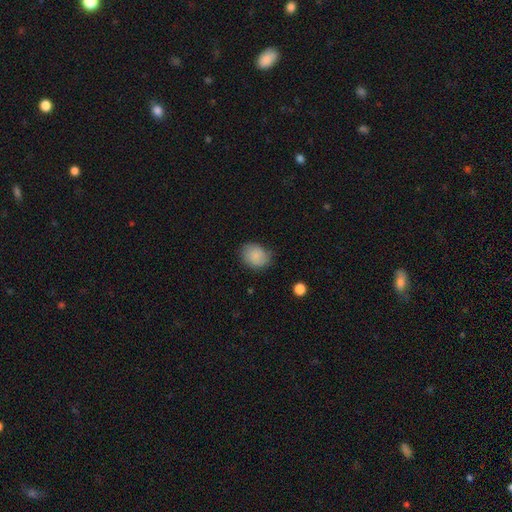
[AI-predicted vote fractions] Q: Smooth or featured?
A: smooth (84%); runner-up: featured or disk (8%)
Q: How rounded?
A: round (50%); tied with: in between (50%)
Q: Merging?
A: none (75%); runner-up: minor disturbance (19%)